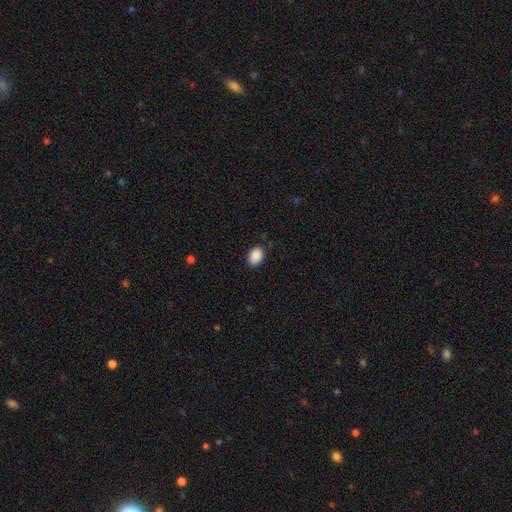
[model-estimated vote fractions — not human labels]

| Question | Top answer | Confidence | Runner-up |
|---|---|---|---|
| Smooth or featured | smooth | 90% | star or artifact (7%) |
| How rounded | in between | 85% | round (14%) |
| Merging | none | 86% | minor disturbance (10%) |